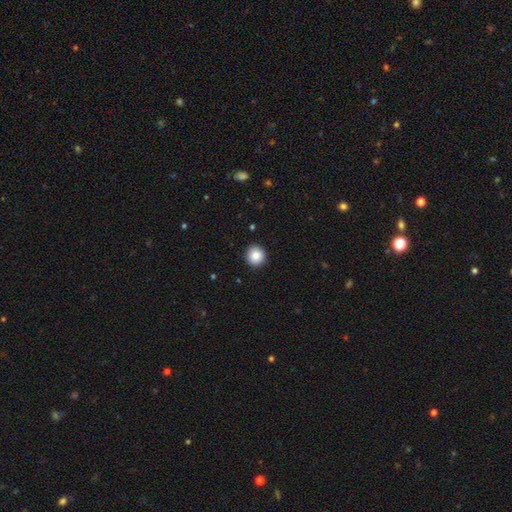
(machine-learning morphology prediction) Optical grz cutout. It shows a smooth galaxy with no disk features (87%) that is round (94%). Merging: none (92%).